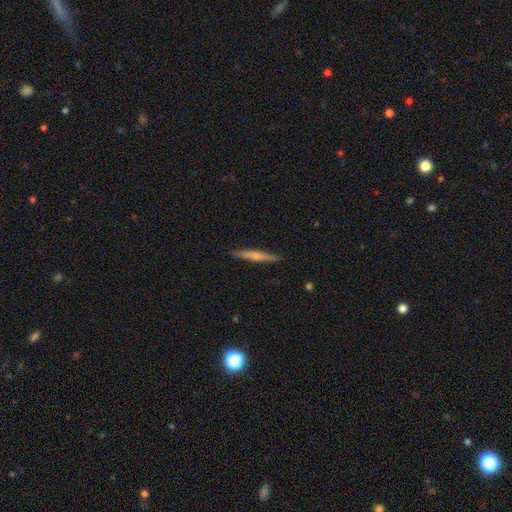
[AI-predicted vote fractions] A featured or disk galaxy (60%) viewed edge-on (96%) with a rounded central bulge (72%). Merging: none (91%).